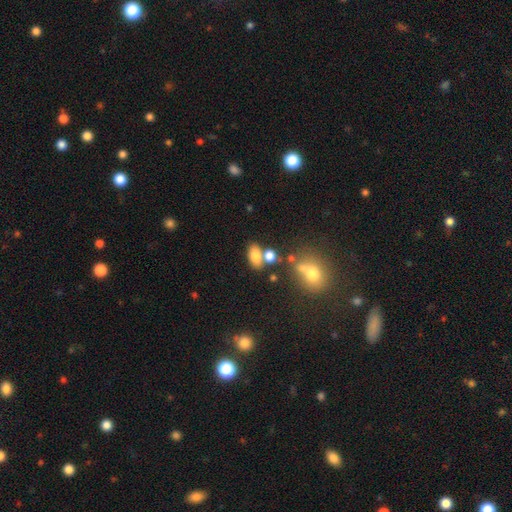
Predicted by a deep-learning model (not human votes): Smooth or featured?
  - smooth: 76% *
  - featured or disk: 12%
  - star or artifact: 11%
How rounded?
  - in between: 86% *
  - round: 11%
  - cigar-shaped: 3%
Merging?
  - none: 55% *
  - merger: 27%
  - minor disturbance: 13%
  - major disturbance: 5%